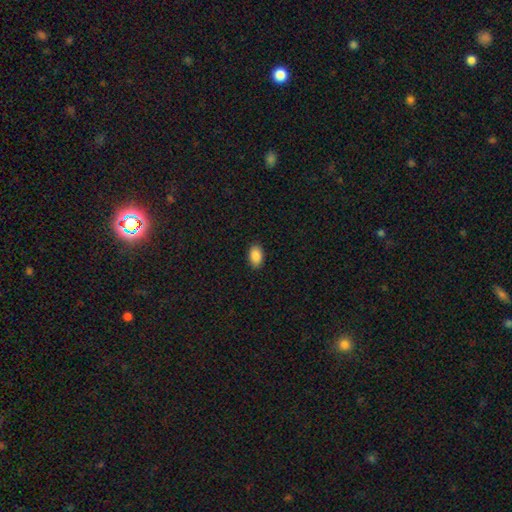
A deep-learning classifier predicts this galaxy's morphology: type=smooth (89%); roundness=in between (91%); merging=none (89%).